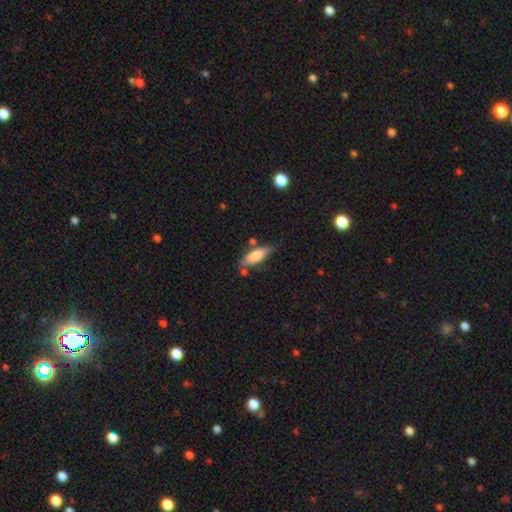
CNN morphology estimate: smooth_or_featured: smooth (p=0.78) [alt: featured or disk p=0.16]
how_rounded: in between (p=0.57) [alt: cigar-shaped p=0.41]
merging: none (p=0.69) [alt: minor disturbance p=0.19]